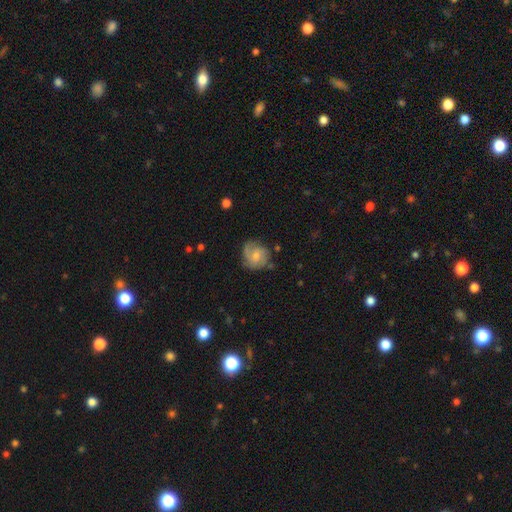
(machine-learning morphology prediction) The model was most divided on "bulge size": small: 56%, moderate: 35%, none: 6%, large: 2%, dominant: 1%. More confident: edge-on disk — no (98%); spiral arms — yes (88%); bar — no (69%); merging — none (64%); smooth or featured — featured or disk (57%).